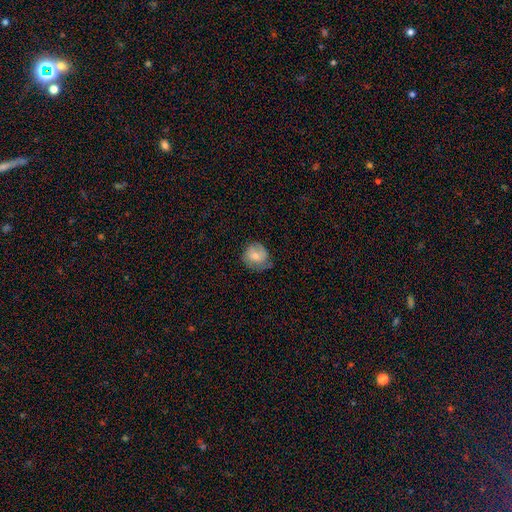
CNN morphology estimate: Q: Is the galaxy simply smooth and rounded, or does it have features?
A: smooth — 65%.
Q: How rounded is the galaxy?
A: round — 79%.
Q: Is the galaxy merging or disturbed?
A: none — 58%.